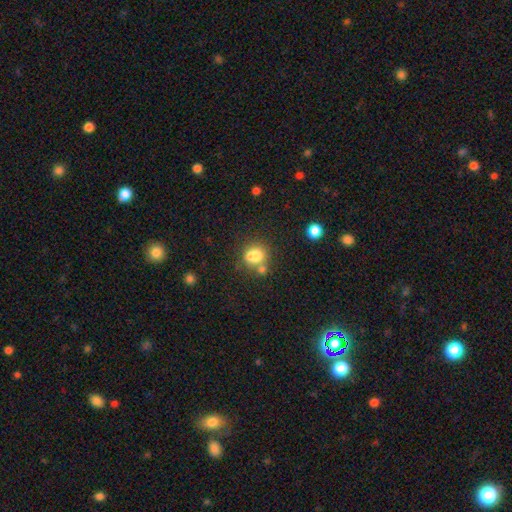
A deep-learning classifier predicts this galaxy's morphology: Smooth or featured? Predicted: smooth (p=0.73). How rounded? Predicted: round (p=0.74). Merging? Predicted: none (p=0.45).